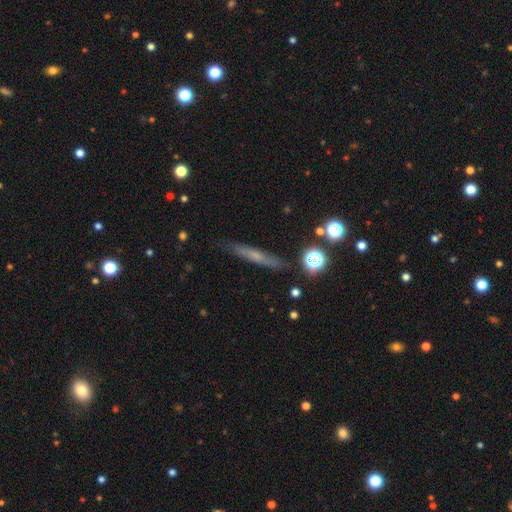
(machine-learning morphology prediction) Q: Smooth or featured?
A: smooth (45%); runner-up: featured or disk (44%)
Q: Merging?
A: none (84%); runner-up: minor disturbance (12%)